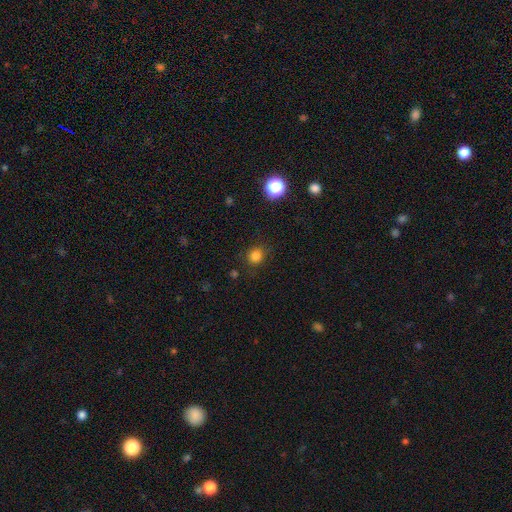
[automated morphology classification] A smooth galaxy with no disk features (81%) that is round (80%).

Vote fractions:
- Smooth or featured? smooth: 81% / star or artifact: 14% / featured or disk: 5%
- How rounded? round: 80% / in between: 19% / cigar-shaped: 1%
- Merging? none: 85% / minor disturbance: 10% / major disturbance: 3% / merger: 2%